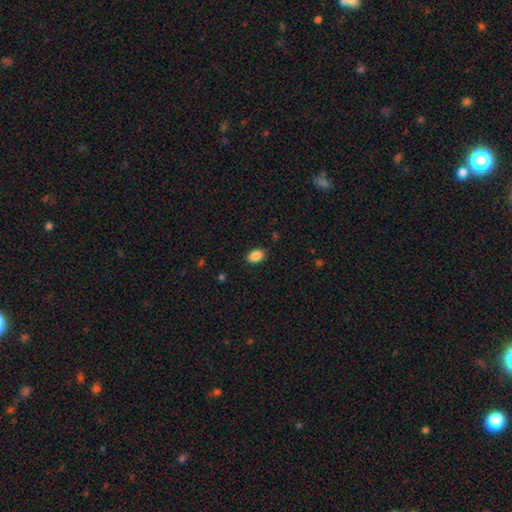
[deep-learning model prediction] The model was most divided on "how rounded": in between: 86%, round: 13%, cigar-shaped: 1%. More confident: smooth or featured — smooth (89%); merging — none (88%).